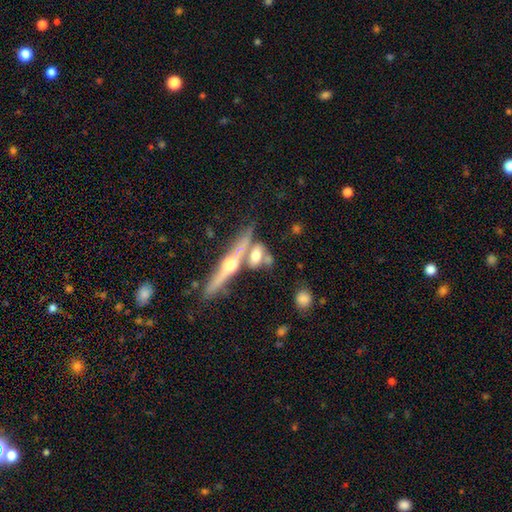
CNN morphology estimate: Smooth or featured?
  - featured or disk: 52% *
  - smooth: 38%
  - star or artifact: 10%
Edge-on disk?
  - yes: 80% *
  - no: 20%
Merging?
  - none: 44% *
  - merger: 38%
  - minor disturbance: 12%
  - major disturbance: 6%